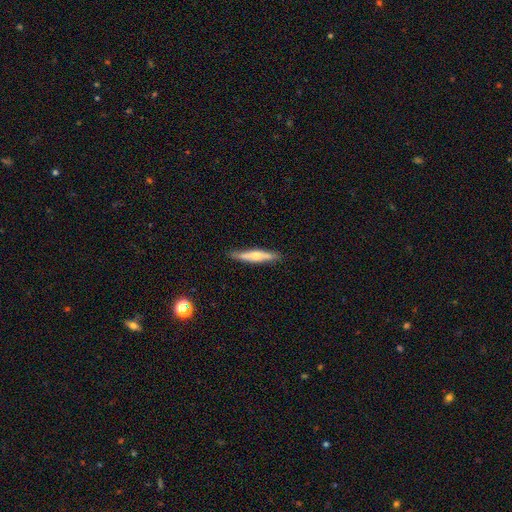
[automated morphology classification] This appears to be a smooth galaxy with no disk features (51%) that is cigar-shaped (90%). Merging: none (85%).